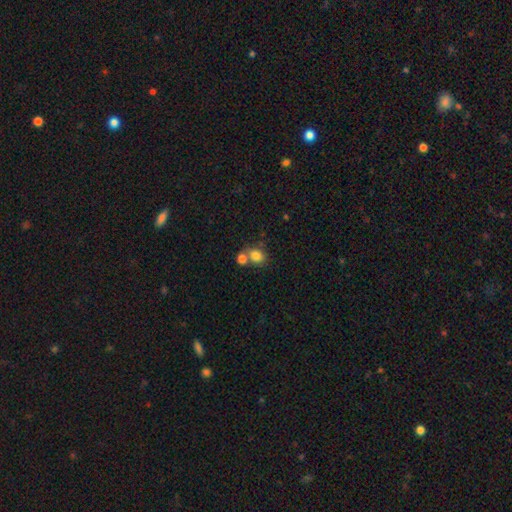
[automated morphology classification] Smooth or featured? Predicted: smooth (p=0.82). How rounded? Predicted: round (p=0.59). Merging? Predicted: none (p=0.44).